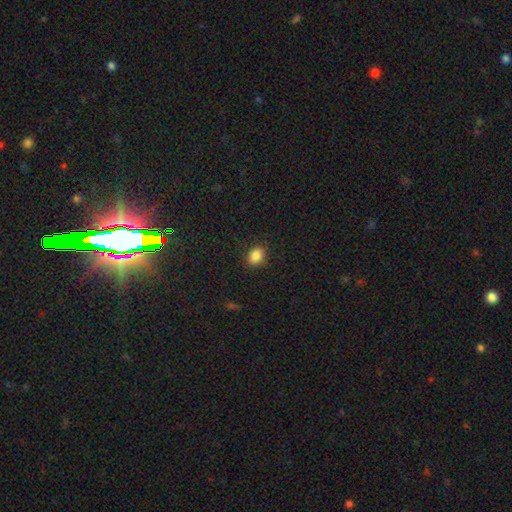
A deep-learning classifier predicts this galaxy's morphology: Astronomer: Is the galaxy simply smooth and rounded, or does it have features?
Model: smooth — 86%.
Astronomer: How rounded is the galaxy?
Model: in between — 67%.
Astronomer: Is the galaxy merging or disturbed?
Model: none — 86%.